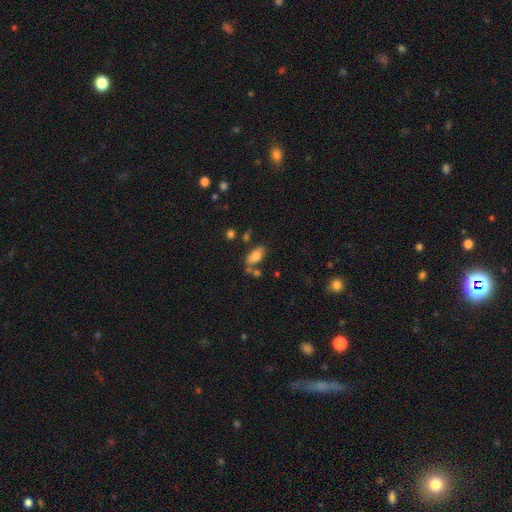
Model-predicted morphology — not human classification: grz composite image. It shows a smooth galaxy with no disk features (77%) that is in between round and cigar-shaped (92%). Merging: none (65%).